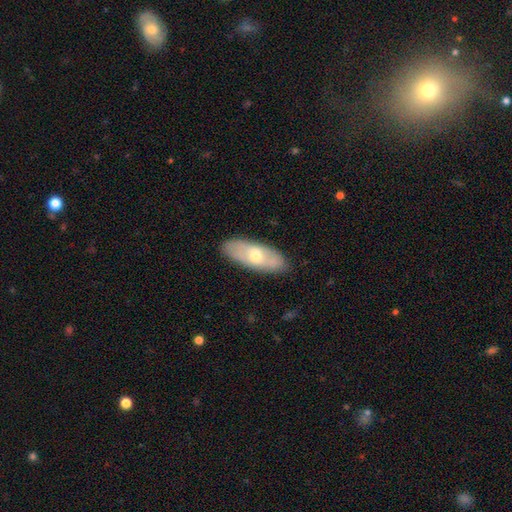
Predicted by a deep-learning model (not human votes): A smooth galaxy with no disk features (50%) that is in between round and cigar-shaped (75%).

Vote fractions:
- Smooth or featured? smooth: 50% / featured or disk: 44% / star or artifact: 6%
- How rounded? in between: 75% / cigar-shaped: 23% / round: 3%
- Merging? none: 87% / minor disturbance: 10% / major disturbance: 2% / merger: 1%